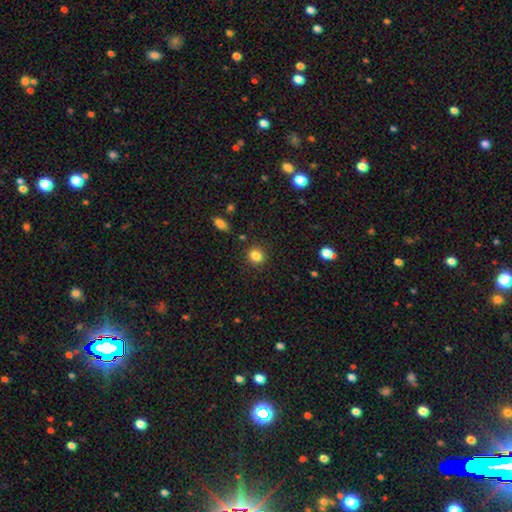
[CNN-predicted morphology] Smooth or featured? Predicted: smooth (p=0.84). How rounded? Predicted: round (p=0.80). Merging? Predicted: none (p=0.88).